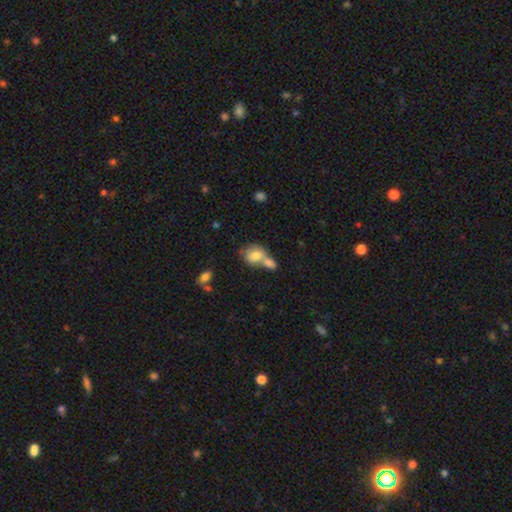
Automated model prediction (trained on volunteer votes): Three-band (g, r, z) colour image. It shows a smooth galaxy with no disk features (76%) that is in between round and cigar-shaped (59%). Merging: merger (62%).